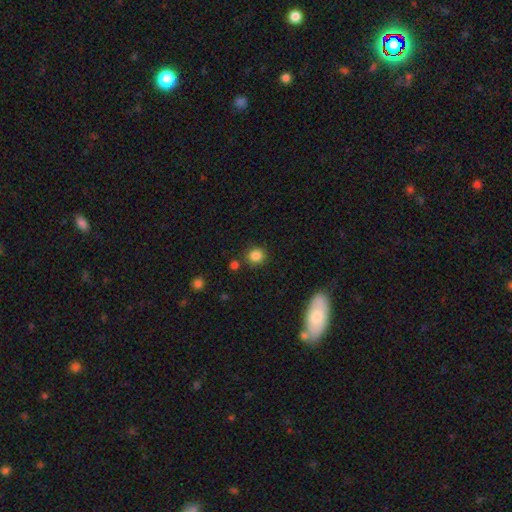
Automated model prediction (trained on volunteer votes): smooth 84%, star or artifact 11%, featured or disk 5%. Down the decision tree: how rounded — round (87%); merging — none (82%).